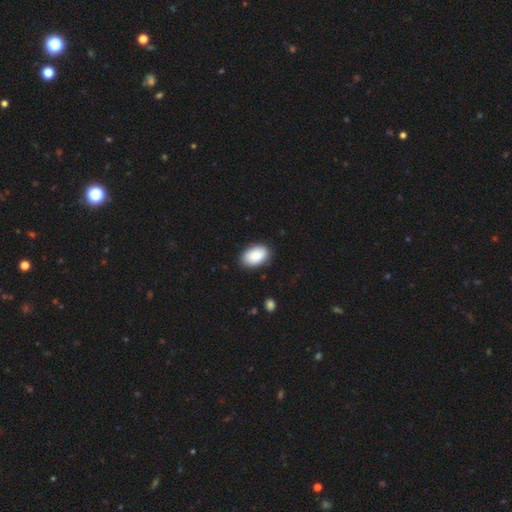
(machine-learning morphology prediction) Smooth or featured? Predicted: smooth (p=0.88). How rounded? Predicted: in between (p=0.91). Merging? Predicted: none (p=0.85).